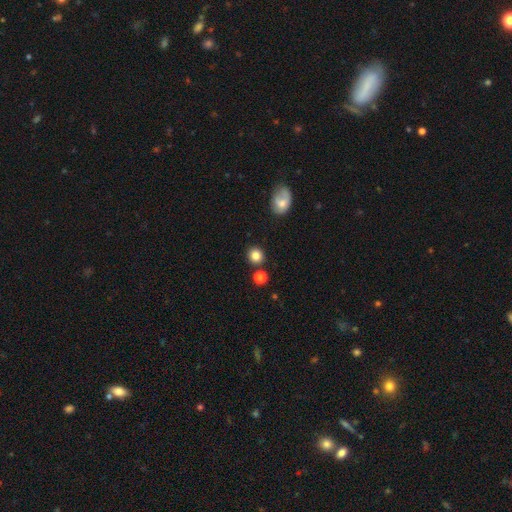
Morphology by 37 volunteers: Smooth or featured? smooth (86%)
How rounded? round (88%)
Merging? none (85%)